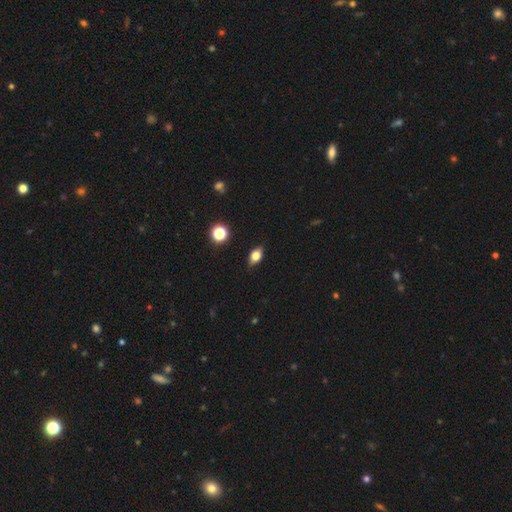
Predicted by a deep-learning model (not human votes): smooth 70%, featured or disk 20%, star or artifact 10%. Down the decision tree: how rounded — in between (77%); merging — none (84%).